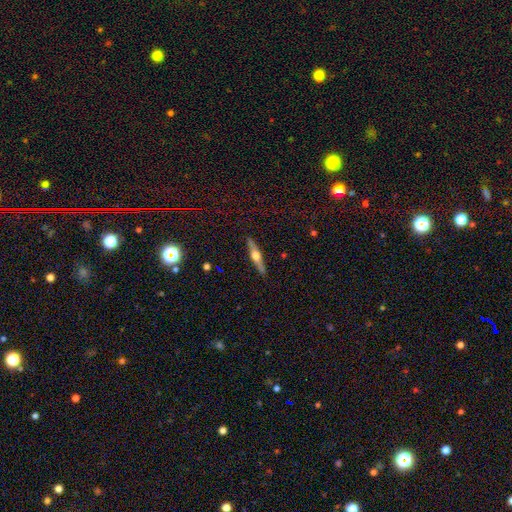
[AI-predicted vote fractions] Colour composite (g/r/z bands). It shows a featured or disk galaxy (68%) viewed edge-on (97%) with a rounded central bulge (94%). Merging: none (90%).